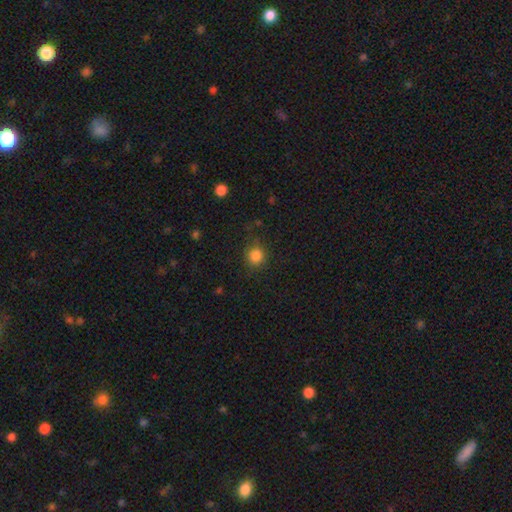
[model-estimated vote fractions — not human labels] Overall: smooth (85%). How rounded: round (87%). Merging: none (82%).